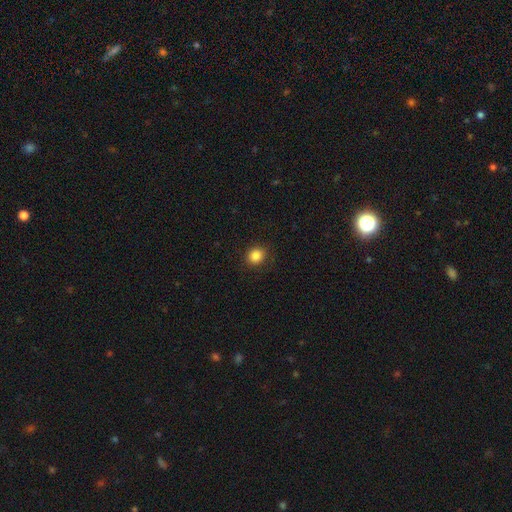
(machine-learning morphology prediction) Smooth or featured? Predicted: smooth (p=0.85). How rounded? Predicted: round (p=0.79). Merging? Predicted: none (p=0.89).